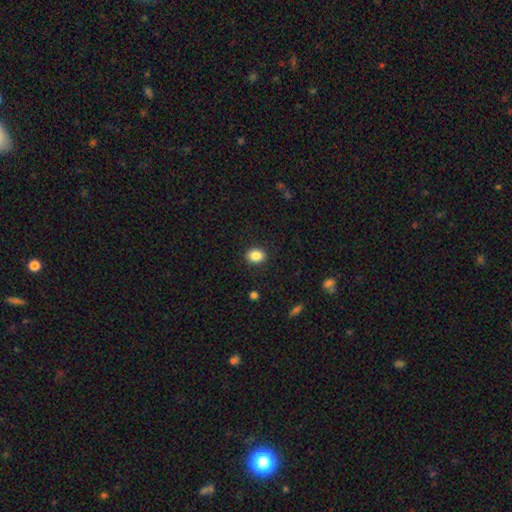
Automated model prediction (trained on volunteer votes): smooth 85%, star or artifact 10%, featured or disk 5%. Down the decision tree: how rounded — in between (53%); merging — none (90%).